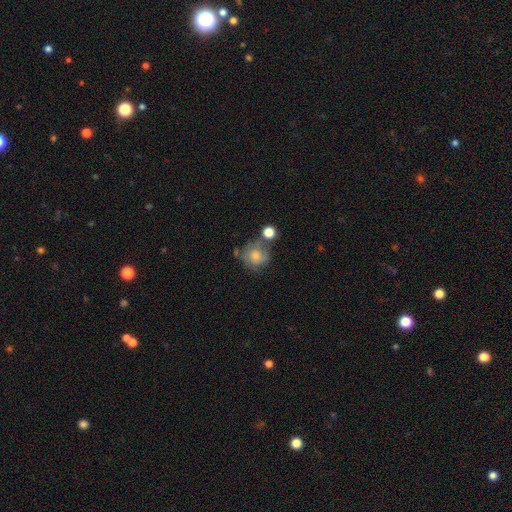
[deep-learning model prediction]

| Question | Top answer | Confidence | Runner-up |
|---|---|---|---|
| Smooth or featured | smooth | 66% | featured or disk (25%) |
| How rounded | round | 82% | in between (17%) |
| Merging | none | 46% | minor disturbance (23%) |